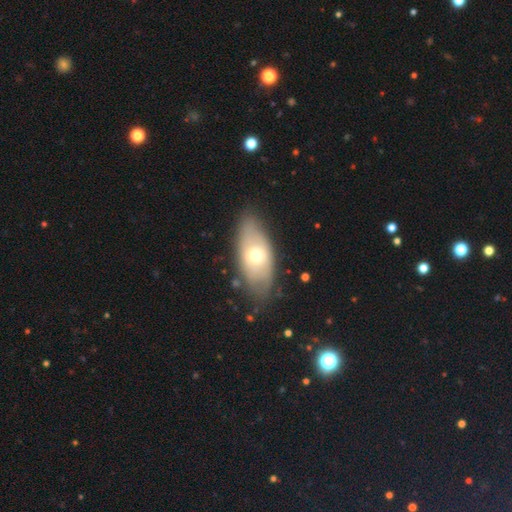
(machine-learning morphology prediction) Smooth or featured?
  - smooth: 54% *
  - featured or disk: 39%
  - star or artifact: 7%
How rounded?
  - in between: 88% *
  - cigar-shaped: 7%
  - round: 5%
Merging?
  - none: 77% *
  - minor disturbance: 16%
  - major disturbance: 5%
  - merger: 2%